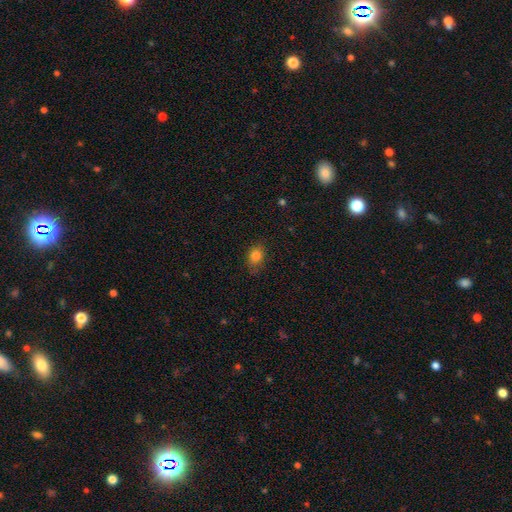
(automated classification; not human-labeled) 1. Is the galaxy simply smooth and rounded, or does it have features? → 82% smooth, 11% star or artifact, 8% featured or disk.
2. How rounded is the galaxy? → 64% in between, 35% round, 2% cigar-shaped.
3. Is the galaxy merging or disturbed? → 77% none, 18% minor disturbance, 4% major disturbance, 1% merger.